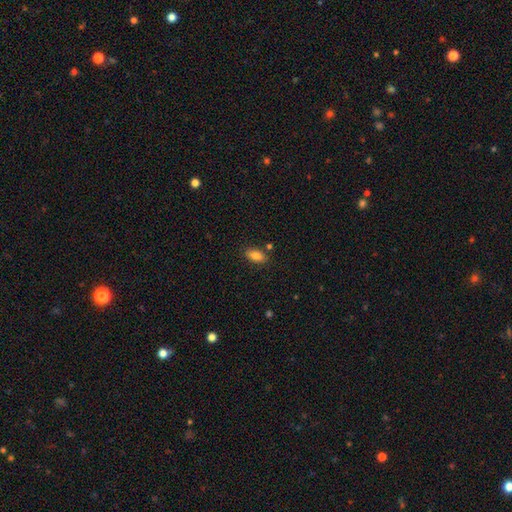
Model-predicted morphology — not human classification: smooth_or_featured: smooth (p=0.84) [alt: star or artifact p=0.08]
how_rounded: in between (p=0.88) [alt: cigar-shaped p=0.08]
merging: none (p=0.82) [alt: minor disturbance p=0.11]